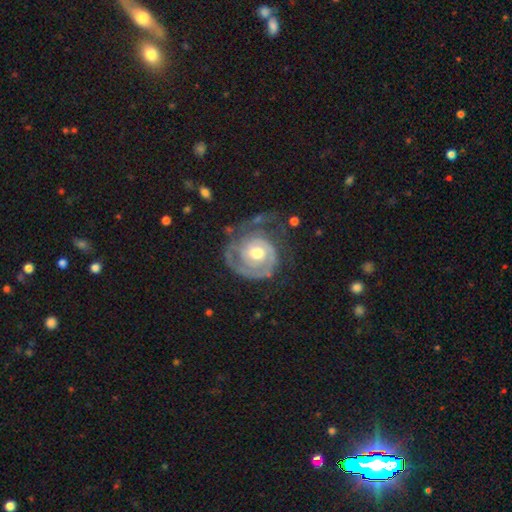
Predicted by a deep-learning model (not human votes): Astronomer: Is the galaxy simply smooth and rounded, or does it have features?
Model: featured or disk — 76%.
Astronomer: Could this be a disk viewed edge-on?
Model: no — 97%.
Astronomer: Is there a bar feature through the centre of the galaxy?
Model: no — 72%.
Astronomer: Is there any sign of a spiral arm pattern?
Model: yes — 89%.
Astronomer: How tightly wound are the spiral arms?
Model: tight — 70%.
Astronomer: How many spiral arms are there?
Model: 2 — 46% (runner-up: can't tell, 22%).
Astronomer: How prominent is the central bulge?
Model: moderate — 59%.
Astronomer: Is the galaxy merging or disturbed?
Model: none — 75%.